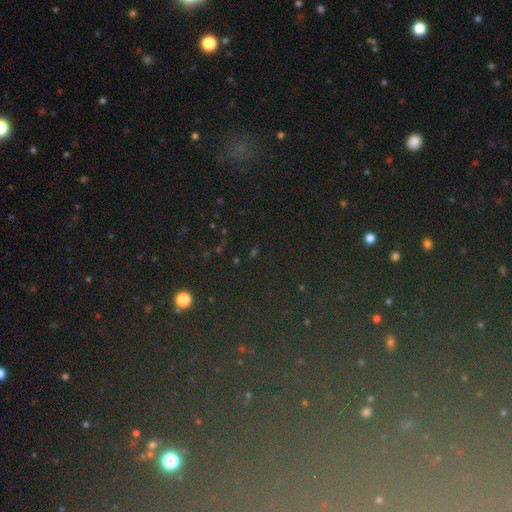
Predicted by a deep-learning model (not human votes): smooth-or-featured: star or artifact: 74% | smooth: 15% | featured or disk: 11%